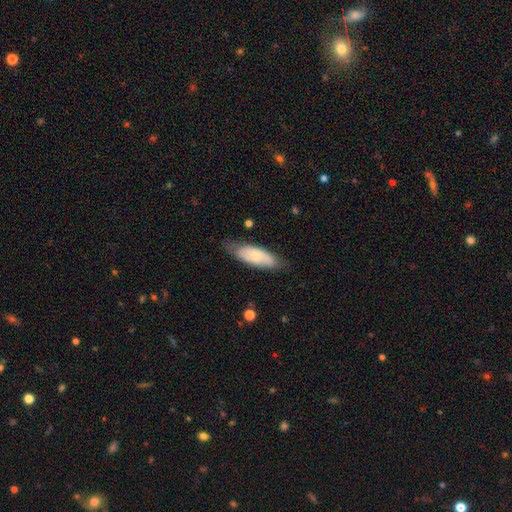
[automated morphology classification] smooth_or_featured: smooth (p=0.59) [alt: featured or disk p=0.35]
how_rounded: in between (p=0.72) [alt: cigar-shaped p=0.26]
merging: none (p=0.69) [alt: minor disturbance p=0.24]